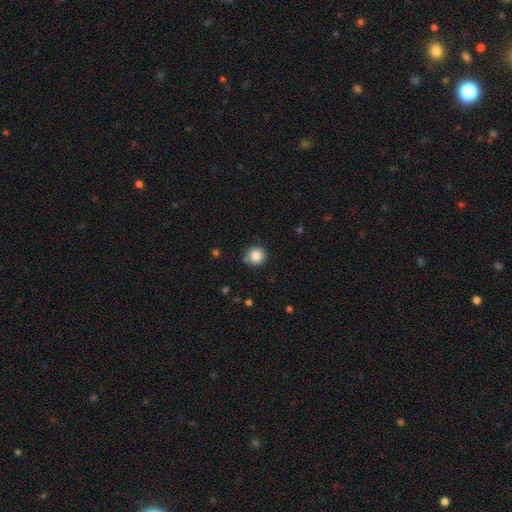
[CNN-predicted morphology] Smooth or featured: smooth — 86% (star or artifact — 10%)
How rounded: round — 93% (in between — 6%)
Merging: none — 84% (minor disturbance — 11%)